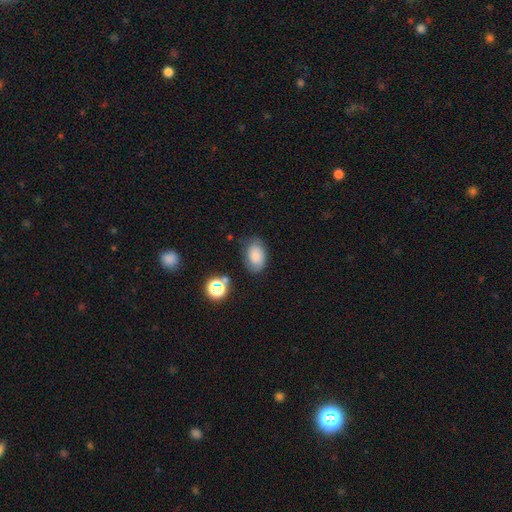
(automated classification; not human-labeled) The model was most divided on "merging": none: 74%, minor disturbance: 19%, major disturbance: 5%, merger: 3%. More confident: how rounded — in between (87%); smooth or featured — smooth (79%).